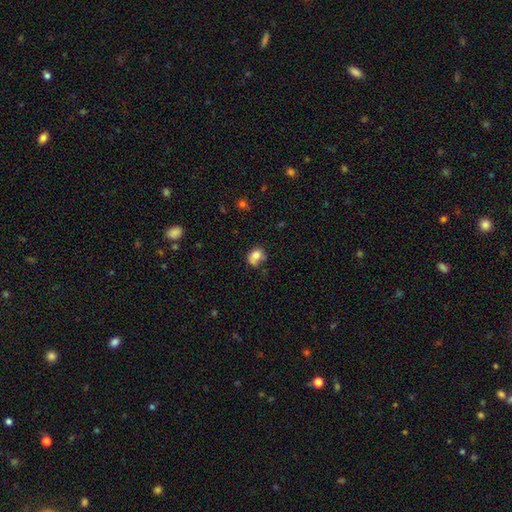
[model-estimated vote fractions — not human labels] Smooth or featured? smooth (76%)
How rounded? in between (50%)
Merging? none (40%)